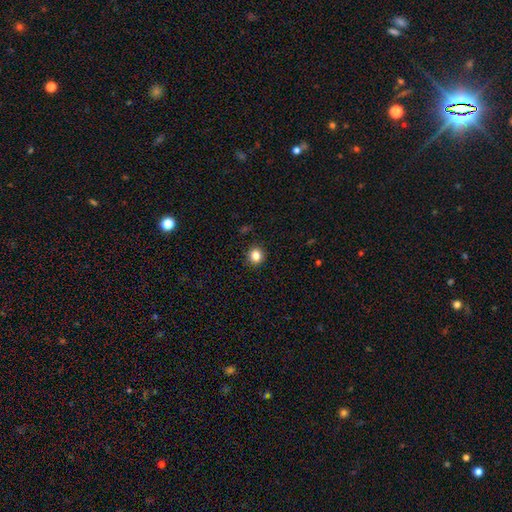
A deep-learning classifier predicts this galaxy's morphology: Smooth or featured: smooth — 83% (star or artifact — 12%)
How rounded: round — 91% (in between — 8%)
Merging: none — 92% (minor disturbance — 5%)